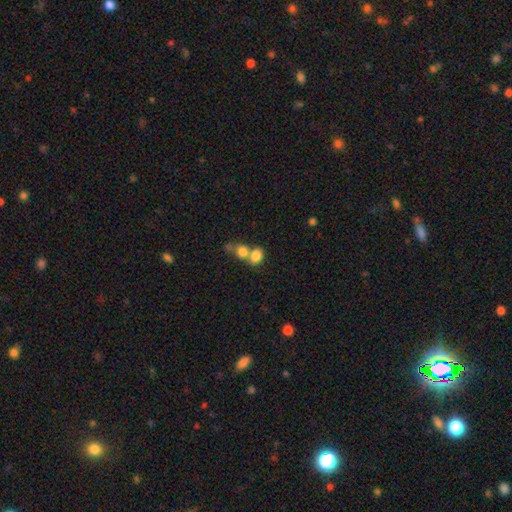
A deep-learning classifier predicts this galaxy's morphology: Q: Smooth or featured?
A: smooth (80%); runner-up: featured or disk (10%)
Q: How rounded?
A: in between (61%); runner-up: round (38%)
Q: Merging?
A: merger (60%); runner-up: none (29%)